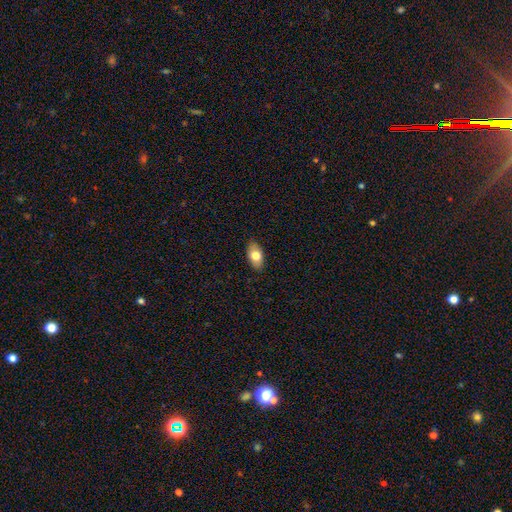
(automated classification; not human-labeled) smooth_or_featured: smooth (p=0.76) [alt: featured or disk p=0.17]
how_rounded: in between (p=0.92) [alt: round p=0.05]
merging: none (p=0.88) [alt: minor disturbance p=0.10]